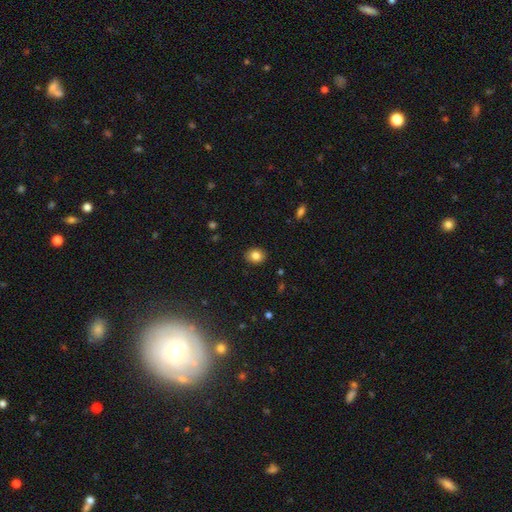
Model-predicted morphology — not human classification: A smooth galaxy with no disk features (83%) that is round (52%).

Vote fractions:
- Smooth or featured? smooth: 83% / star or artifact: 10% / featured or disk: 7%
- How rounded? round: 52% / in between: 47% / cigar-shaped: 1%
- Merging? none: 89% / minor disturbance: 8% / major disturbance: 2% / merger: 1%